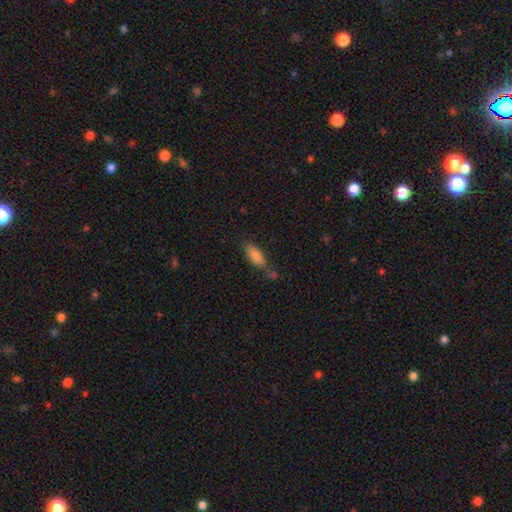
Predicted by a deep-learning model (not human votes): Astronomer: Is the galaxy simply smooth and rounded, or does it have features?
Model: smooth — 82%.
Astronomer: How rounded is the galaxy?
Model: in between — 79%.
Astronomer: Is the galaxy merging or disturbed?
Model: none — 61%.